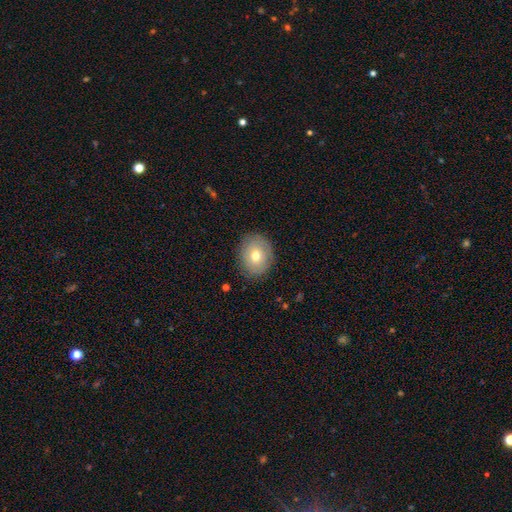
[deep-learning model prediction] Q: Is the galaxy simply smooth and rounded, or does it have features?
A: smooth — 71%.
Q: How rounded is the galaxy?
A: round — 57%.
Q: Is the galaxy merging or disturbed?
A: none — 86%.